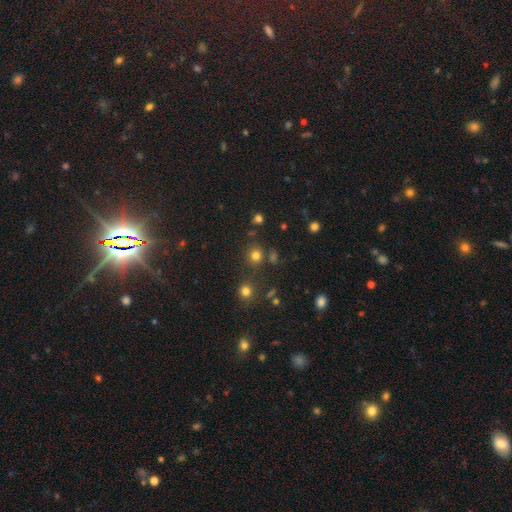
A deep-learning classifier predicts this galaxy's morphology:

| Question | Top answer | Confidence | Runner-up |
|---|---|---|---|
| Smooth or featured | smooth | 76% | star or artifact (19%) |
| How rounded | round | 85% | in between (14%) |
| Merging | none | 77% | minor disturbance (10%) |